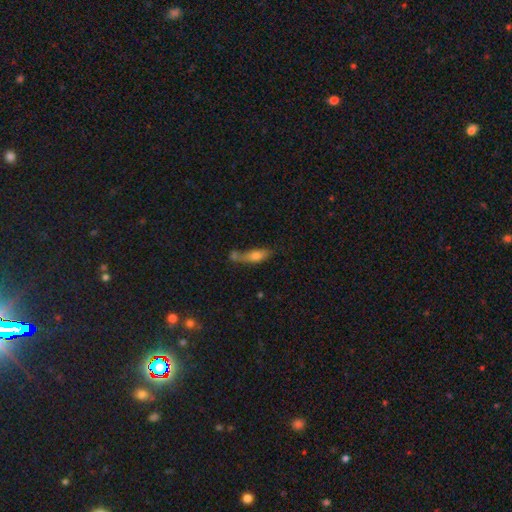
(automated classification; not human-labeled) Morphology: type=smooth (66%); roundness=cigar-shaped (49%); merging=none (35%).